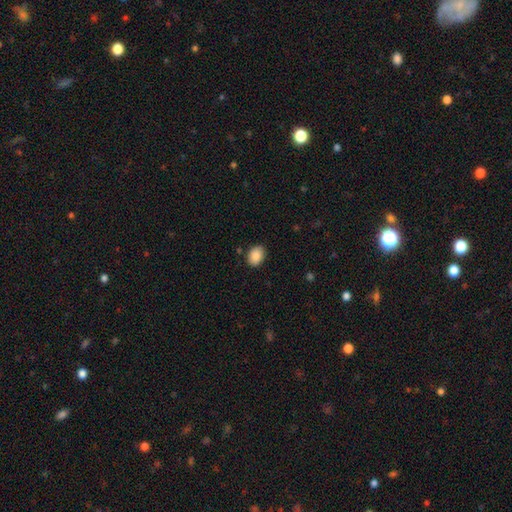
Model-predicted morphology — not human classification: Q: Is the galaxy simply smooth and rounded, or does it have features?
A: smooth — 89%.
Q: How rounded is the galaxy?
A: in between — 67%.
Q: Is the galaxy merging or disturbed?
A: none — 85%.